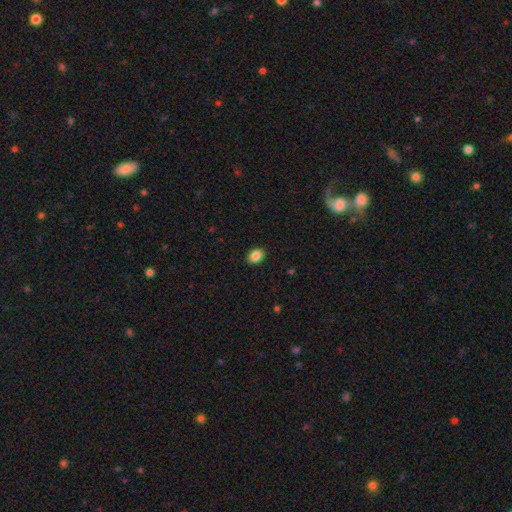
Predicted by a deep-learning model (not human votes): smooth-or-featured: smooth: 88% | star or artifact: 9% | featured or disk: 3%
  how-rounded: in between: 65% | round: 34% | cigar-shaped: 1%
  merging: none: 89% | minor disturbance: 8% | major disturbance: 2% | merger: 1%